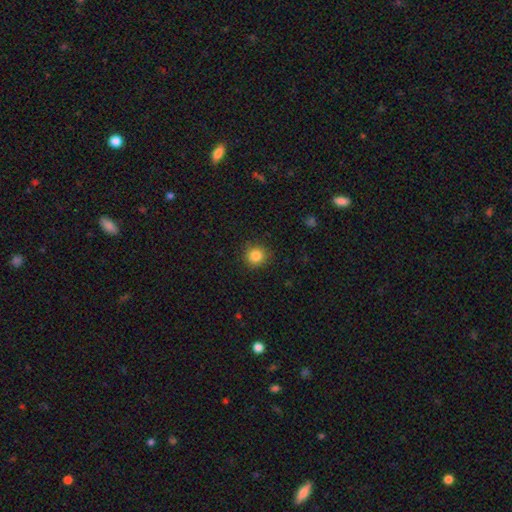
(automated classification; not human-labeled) Overall: smooth (85%). How rounded: round (92%). Merging: none (89%).